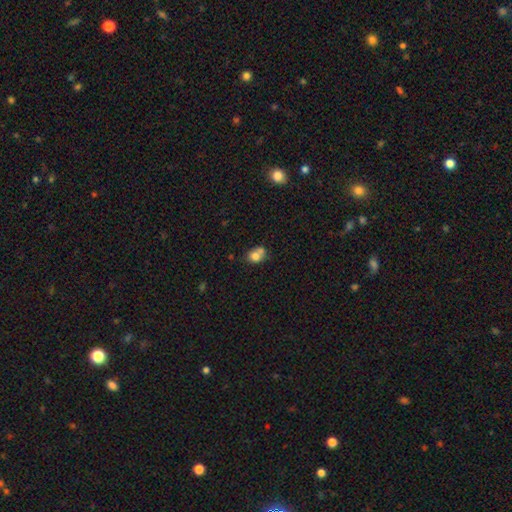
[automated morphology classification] smooth_or_featured: smooth (p=0.75) [alt: featured or disk p=0.14]
how_rounded: round (p=0.57) [alt: in between p=0.42]
merging: merger (p=0.46) [alt: none p=0.36]